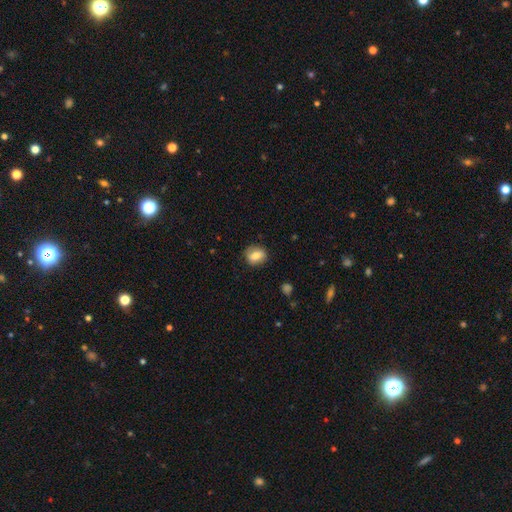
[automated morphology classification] smooth_or_featured: smooth (p=0.75) [alt: featured or disk p=0.17]
how_rounded: round (p=0.62) [alt: in between p=0.37]
merging: none (p=0.84) [alt: minor disturbance p=0.12]